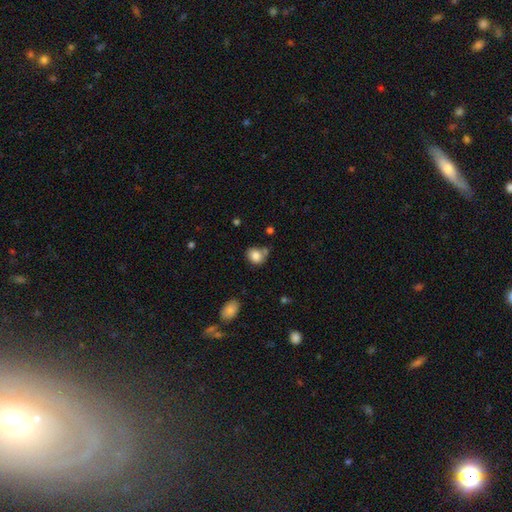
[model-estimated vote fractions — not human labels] A smooth galaxy with no disk features (83%) that is round (62%). Merging: none (57%).